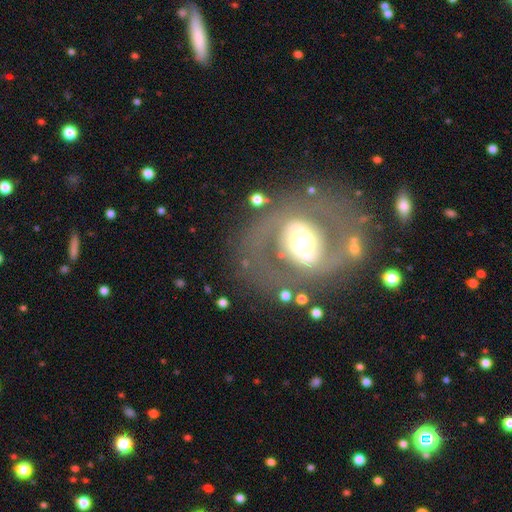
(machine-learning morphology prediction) smooth-or-featured: featured or disk: 76% | smooth: 16% | star or artifact: 8%
  disk-edge-on: no: 96% | yes: 4%
    bar: no: 42% | weak: 35% | strong: 23%
    has-spiral-arms: yes: 68% | no: 32%
    bulge-size: moderate: 50% | large: 32% | small: 11% | dominant: 5% | none: 1%
  merging: none: 73% | minor disturbance: 13% | major disturbance: 11% | merger: 3%